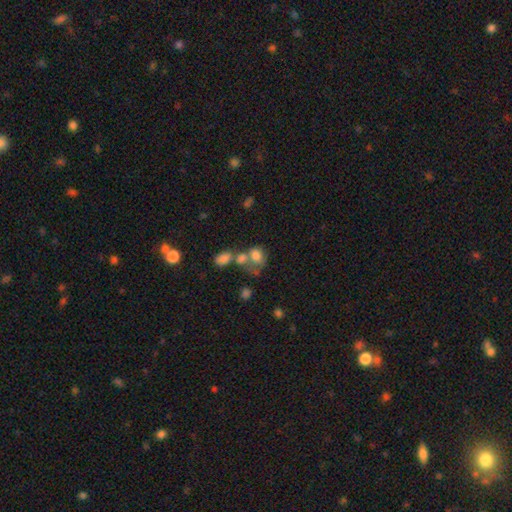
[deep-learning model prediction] smooth-or-featured: smooth: 71% | featured or disk: 17% | star or artifact: 12%
  how-rounded: in between: 56% | round: 43% | cigar-shaped: 1%
  merging: merger: 49% | none: 26% | major disturbance: 13% | minor disturbance: 13%